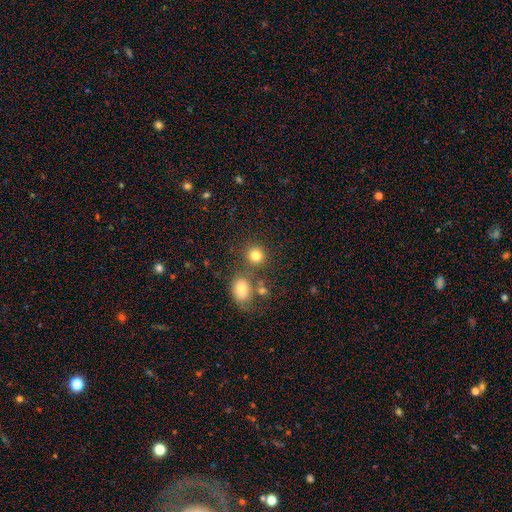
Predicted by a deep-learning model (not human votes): smooth 79%, star or artifact 14%, featured or disk 8%. Down the decision tree: how rounded — round (86%); merging — none (76%).